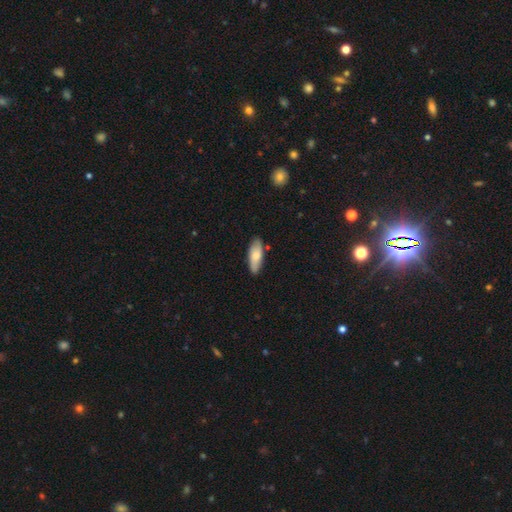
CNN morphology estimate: Smooth or featured?
  - smooth: 73% *
  - featured or disk: 21%
  - star or artifact: 6%
How rounded?
  - in between: 70% *
  - cigar-shaped: 29%
  - round: 2%
Merging?
  - none: 82% *
  - minor disturbance: 14%
  - merger: 2%
  - major disturbance: 2%